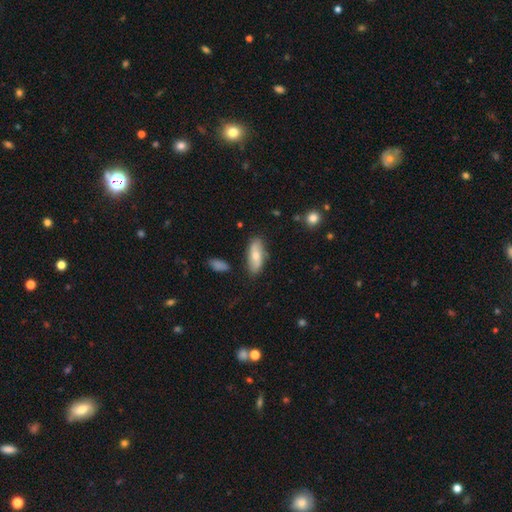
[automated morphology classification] Smooth or featured? Predicted: smooth (p=0.64). How rounded? Predicted: in between (p=0.74). Merging? Predicted: none (p=0.80).